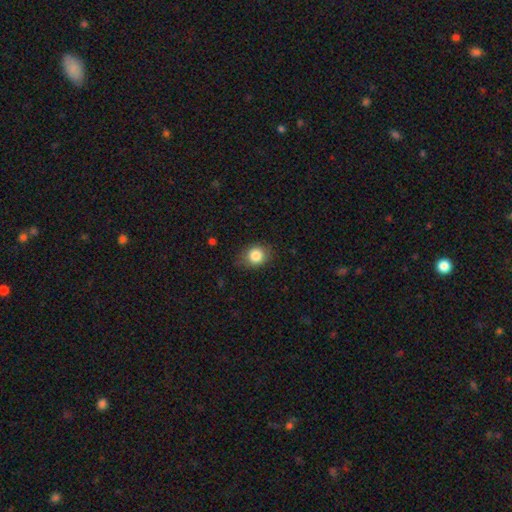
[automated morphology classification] Smooth or featured: smooth — 84% (star or artifact — 10%)
How rounded: round — 65% (in between — 34%)
Merging: none — 78% (minor disturbance — 17%)